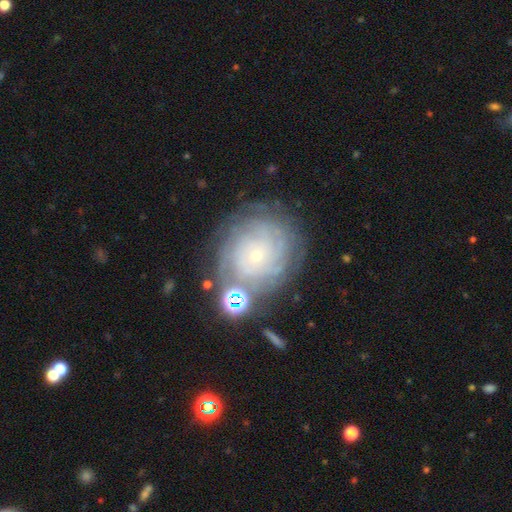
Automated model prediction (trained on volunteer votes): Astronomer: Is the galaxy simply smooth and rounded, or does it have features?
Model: featured or disk — 77%.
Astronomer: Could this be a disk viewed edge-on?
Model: no — 97%.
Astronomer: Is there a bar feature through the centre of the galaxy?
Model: no — 81%.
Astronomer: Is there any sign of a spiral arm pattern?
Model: yes — 93%.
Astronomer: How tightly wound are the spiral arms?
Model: tight — 80%.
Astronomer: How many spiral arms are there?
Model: can't tell — 39% (runner-up: 4, 20%).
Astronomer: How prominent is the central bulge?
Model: small — 83%.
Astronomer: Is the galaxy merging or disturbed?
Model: none — 70%.